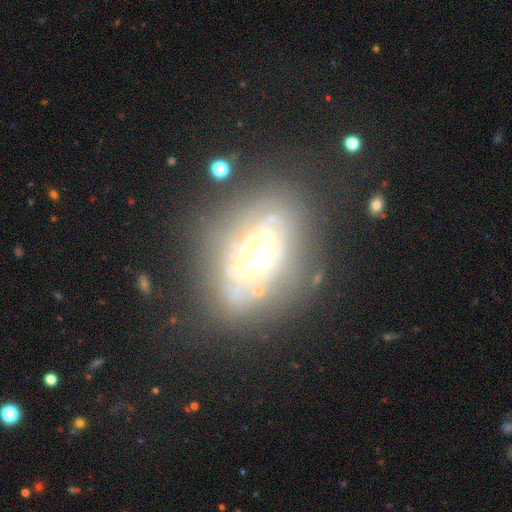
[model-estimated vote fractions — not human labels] The model was most divided on "bulge size": large: 40%, moderate: 38%, small: 10%, dominant: 8%, none: 3%. More confident: edge-on disk — no (90%); smooth or featured — featured or disk (75%); spiral arms — yes (74%); merging — none (67%); bar — no (53%).